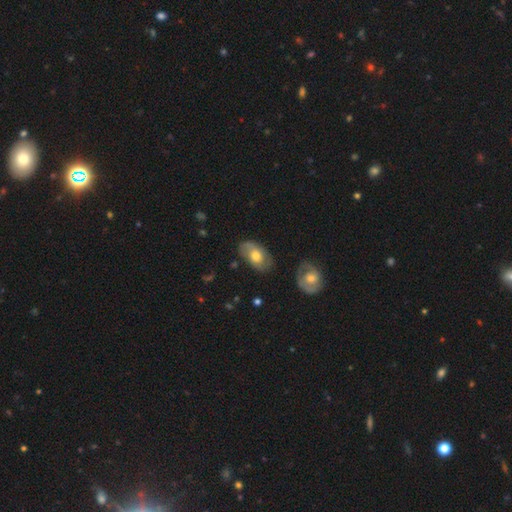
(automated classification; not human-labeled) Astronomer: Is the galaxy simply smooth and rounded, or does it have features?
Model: smooth — 56% (runner-up: featured or disk, 38%).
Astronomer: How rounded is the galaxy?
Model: in between — 90%.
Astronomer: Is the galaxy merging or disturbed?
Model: none — 72%.